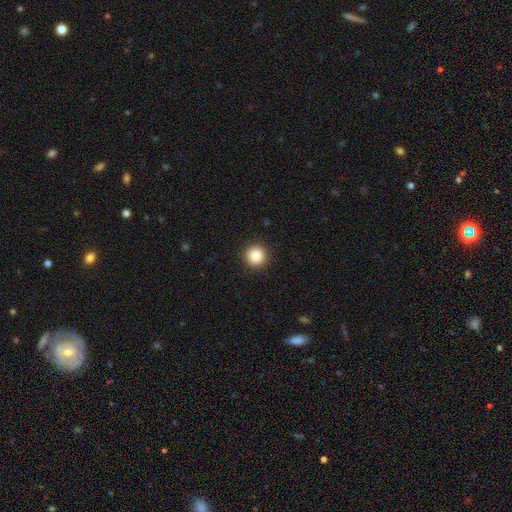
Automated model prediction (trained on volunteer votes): Morphology: type=smooth (87%); roundness=round (96%); merging=none (92%).